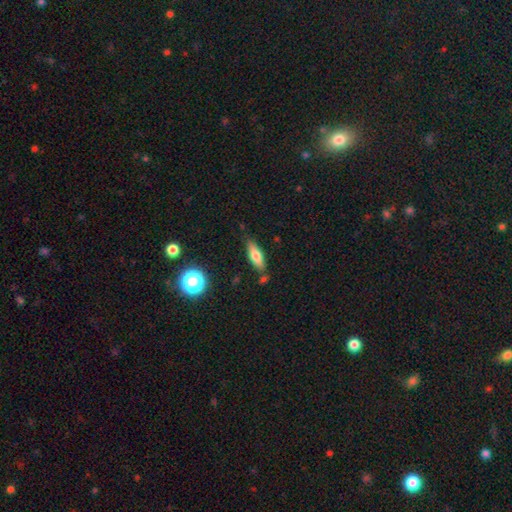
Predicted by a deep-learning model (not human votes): smooth-or-featured: smooth: 64% | featured or disk: 28% | star or artifact: 9%
  how-rounded: in between: 56% | cigar-shaped: 41% | round: 3%
  merging: none: 76% | minor disturbance: 15% | merger: 5% | major disturbance: 3%